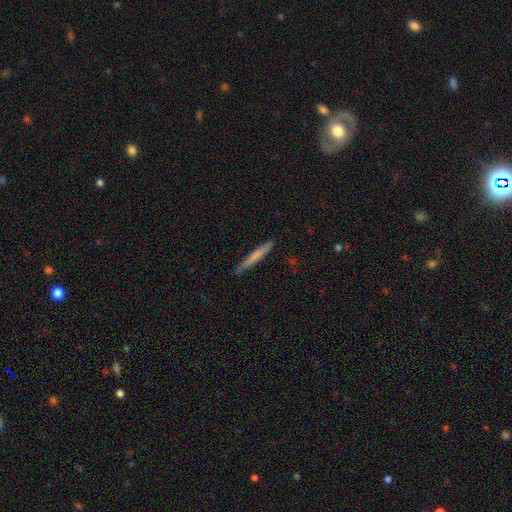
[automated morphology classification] Smooth or featured?
  - smooth: 63% *
  - featured or disk: 31%
  - star or artifact: 5%
How rounded?
  - cigar-shaped: 96% *
  - in between: 2%
  - round: 1%
Merging?
  - none: 89% *
  - minor disturbance: 8%
  - major disturbance: 1%
  - merger: 1%